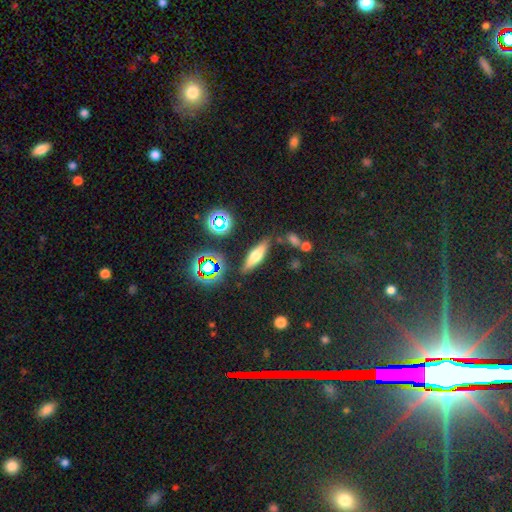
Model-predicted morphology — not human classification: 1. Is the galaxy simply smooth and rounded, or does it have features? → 50% smooth, 35% featured or disk, 15% star or artifact.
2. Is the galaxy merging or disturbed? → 80% none, 12% minor disturbance, 5% merger, 4% major disturbance.